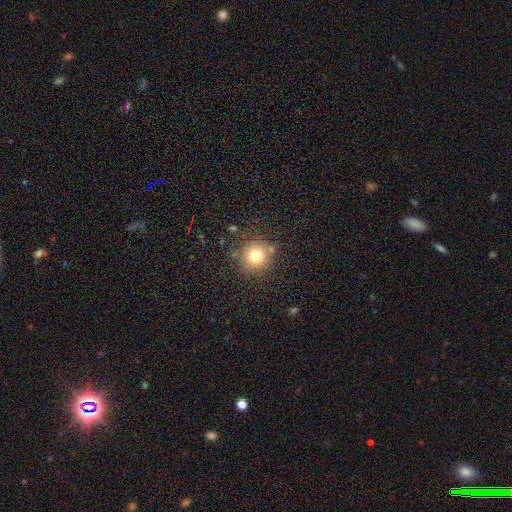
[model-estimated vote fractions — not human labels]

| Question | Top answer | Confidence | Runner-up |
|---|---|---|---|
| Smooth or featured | smooth | 77% | star or artifact (13%) |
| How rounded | round | 93% | in between (6%) |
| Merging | none | 82% | minor disturbance (10%) |